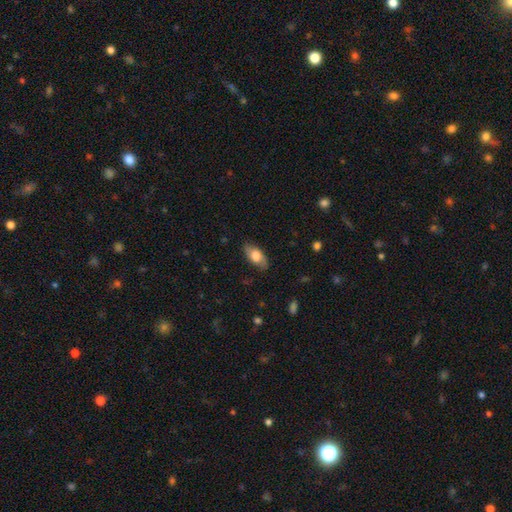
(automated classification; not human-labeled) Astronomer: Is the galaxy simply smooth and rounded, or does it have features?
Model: smooth — 60%.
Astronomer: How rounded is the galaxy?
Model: in between — 88%.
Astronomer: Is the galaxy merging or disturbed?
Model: none — 80%.